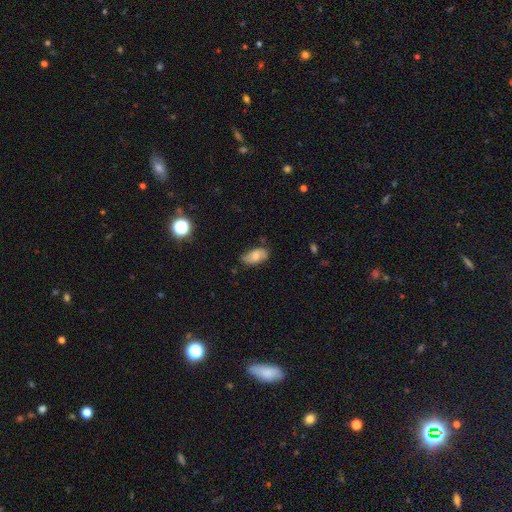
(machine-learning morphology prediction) smooth 56%, featured or disk 35%, star or artifact 8%. Down the decision tree: how rounded — in between (91%); merging — none (69%).